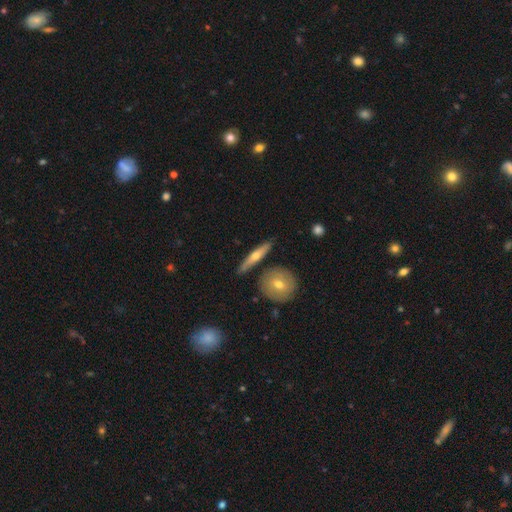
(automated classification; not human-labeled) This appears to be a featured or disk galaxy (50%) viewed edge-on (88%). Merging: none (83%).